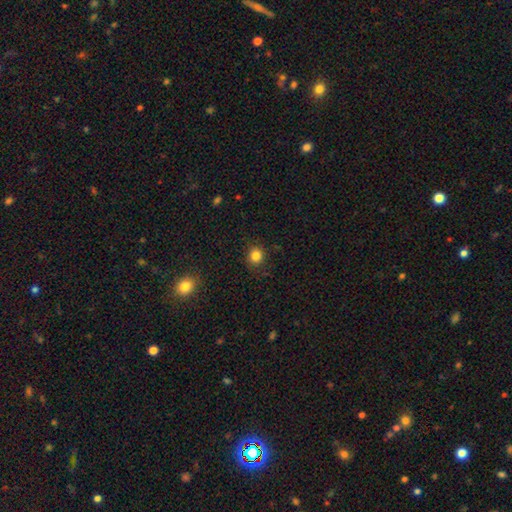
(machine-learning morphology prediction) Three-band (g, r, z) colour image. It shows a smooth galaxy with no disk features (83%) that is round (87%). Merging: none (88%).